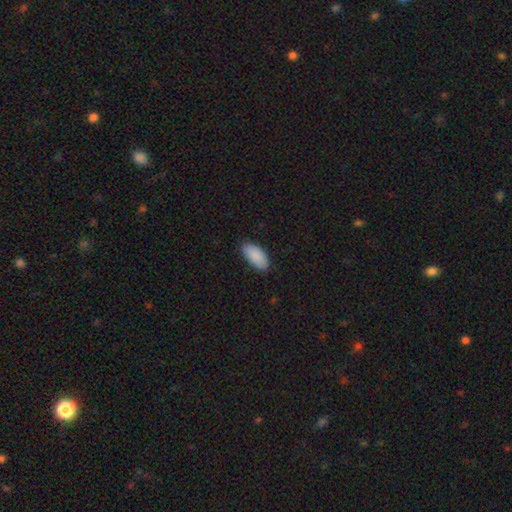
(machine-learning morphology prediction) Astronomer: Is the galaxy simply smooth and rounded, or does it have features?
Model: smooth — 90%.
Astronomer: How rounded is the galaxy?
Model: in between — 91%.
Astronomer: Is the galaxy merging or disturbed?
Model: none — 83%.